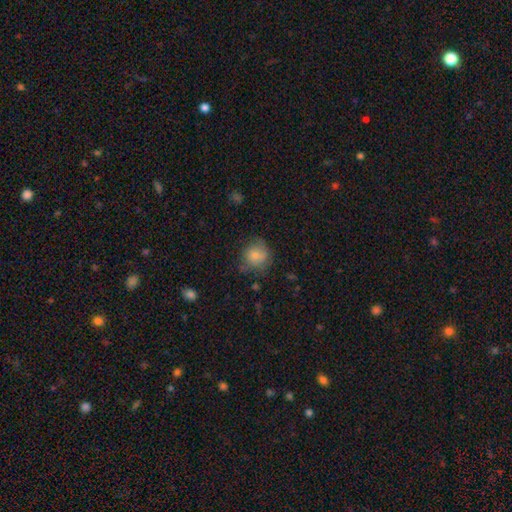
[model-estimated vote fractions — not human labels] Q: Smooth or featured?
A: smooth (81%); runner-up: featured or disk (10%)
Q: How rounded?
A: round (84%); runner-up: in between (15%)
Q: Merging?
A: none (66%); runner-up: minor disturbance (24%)